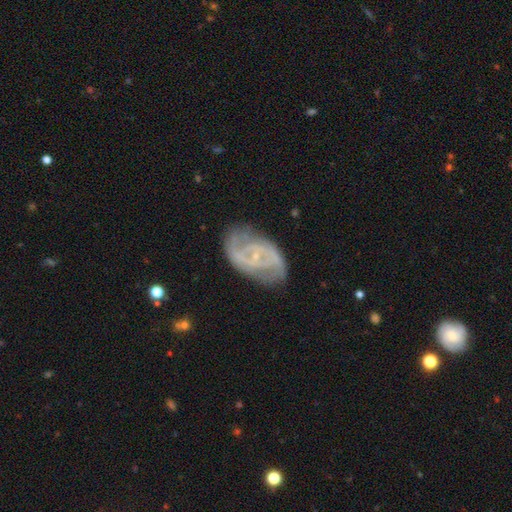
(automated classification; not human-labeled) smooth-or-featured: featured or disk: 78% | smooth: 14% | star or artifact: 8%
  disk-edge-on: no: 96% | yes: 4%
    bar: weak: 45% | no: 41% | strong: 14%
    has-spiral-arms: yes: 91% | no: 9%
      spiral-winding: medium: 46% | tight: 33% | loose: 21%
      spiral-arm-count: 2: 61% | can't tell: 19% | 3: 9% | 4: 4% | 1: 4% | more than 4: 3%
    bulge-size: small: 70% | none: 17% | moderate: 12% | large: 1% | dominant: 1%
  merging: none: 71% | minor disturbance: 19% | major disturbance: 8% | merger: 2%